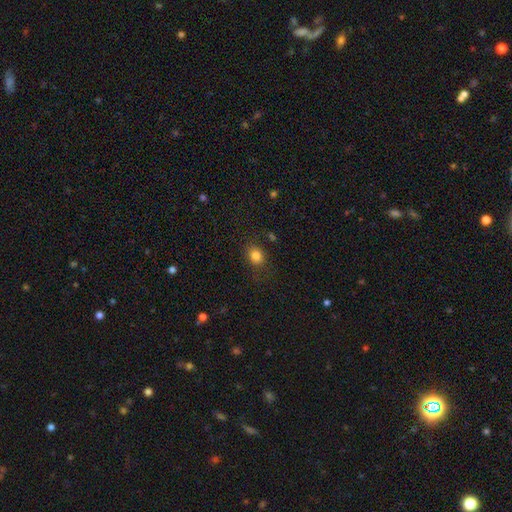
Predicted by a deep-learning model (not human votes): This is clearly a smooth galaxy (82%). How rounded: possibly round (54%). Merging: likely none (80%).